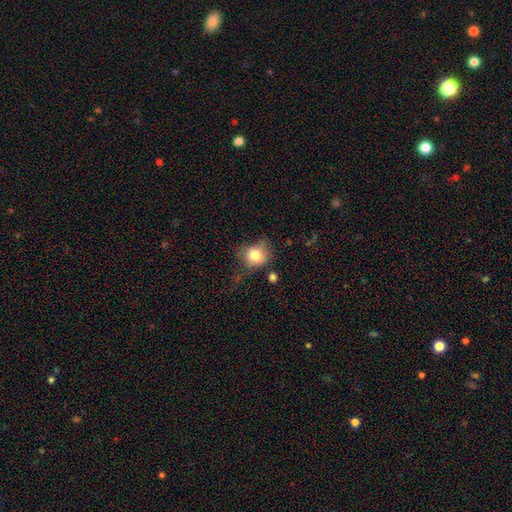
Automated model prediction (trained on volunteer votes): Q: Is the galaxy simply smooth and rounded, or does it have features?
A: smooth — 77%.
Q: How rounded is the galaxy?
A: round — 68%.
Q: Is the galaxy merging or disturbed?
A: none — 54%.